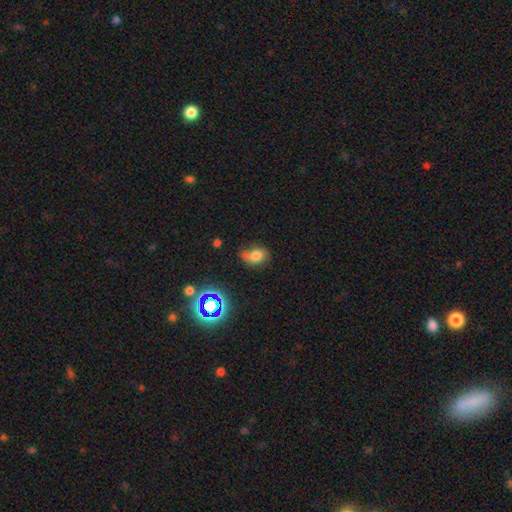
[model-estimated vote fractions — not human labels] Smooth or featured?
  - smooth: 73% *
  - star or artifact: 16%
  - featured or disk: 11%
How rounded?
  - in between: 67% *
  - round: 31%
  - cigar-shaped: 2%
Merging?
  - none: 48% *
  - minor disturbance: 32%
  - major disturbance: 11%
  - merger: 9%